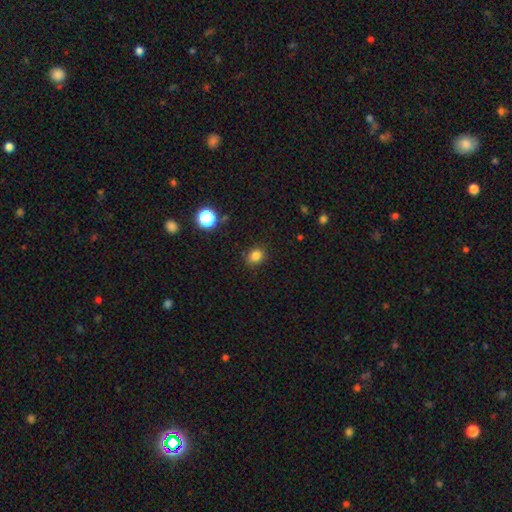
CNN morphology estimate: A smooth galaxy with no disk features (83%) that is round (59%). Merging: none (87%).